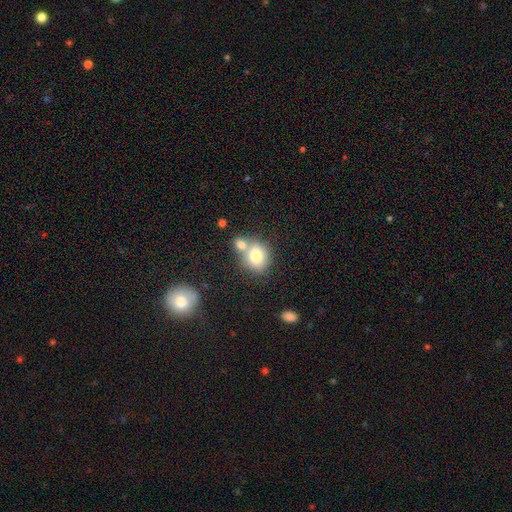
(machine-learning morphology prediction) This appears to be a smooth galaxy with no disk features (75%) that is round (66%). Merging: merger (46%).